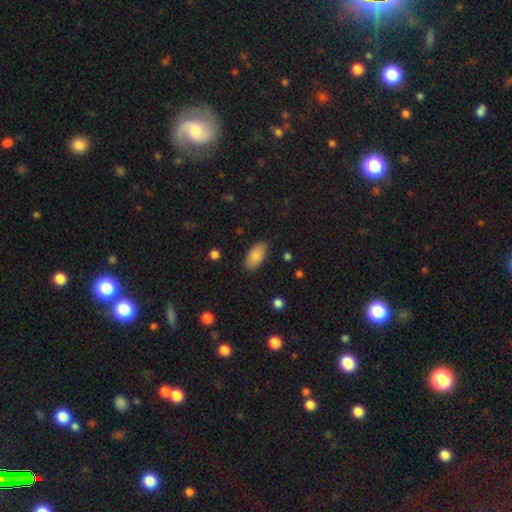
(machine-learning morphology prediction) Smooth or featured? Predicted: smooth (p=0.86). How rounded? Predicted: in between (p=0.94). Merging? Predicted: none (p=0.84).